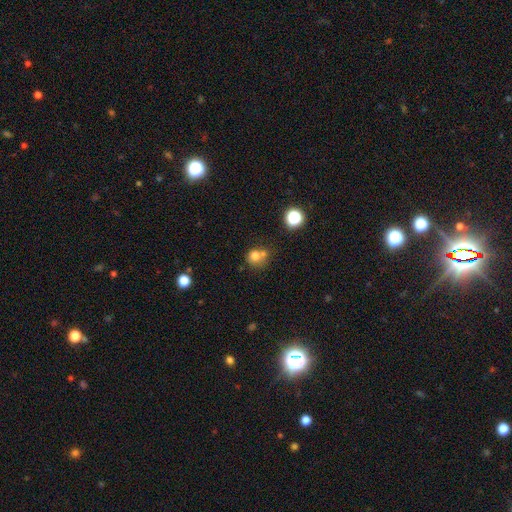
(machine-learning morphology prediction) Smooth or featured?
  - smooth: 76% *
  - star or artifact: 14%
  - featured or disk: 10%
How rounded?
  - round: 82% *
  - in between: 17%
  - cigar-shaped: 1%
Merging?
  - none: 46% *
  - merger: 37%
  - minor disturbance: 12%
  - major disturbance: 6%